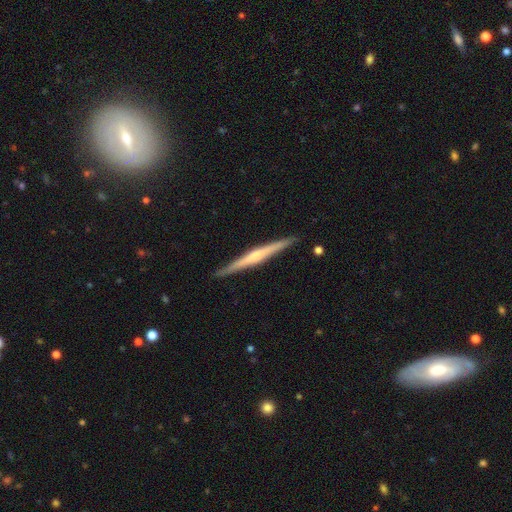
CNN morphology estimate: featured or disk 67%, smooth 28%, star or artifact 5%. Down the decision tree: edge-on disk — yes (98%); edge-on bulge — rounded (48%); merging — none (91%).